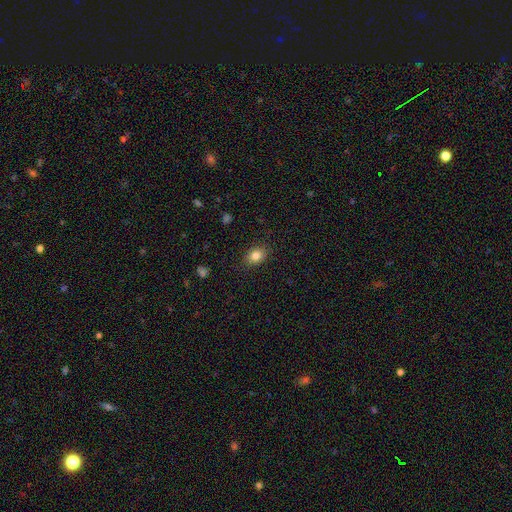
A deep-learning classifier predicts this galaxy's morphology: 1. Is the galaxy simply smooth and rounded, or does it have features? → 83% smooth, 10% star or artifact, 7% featured or disk.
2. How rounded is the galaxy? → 67% in between, 31% round, 1% cigar-shaped.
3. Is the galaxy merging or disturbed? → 86% none, 10% minor disturbance, 3% major disturbance, 1% merger.